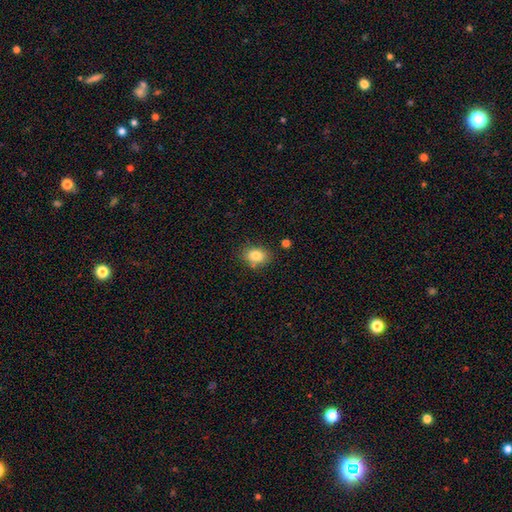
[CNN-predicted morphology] The model was most divided on "how rounded": in between: 72%, round: 27%, cigar-shaped: 1%. More confident: smooth or featured — smooth (84%); merging — none (77%).